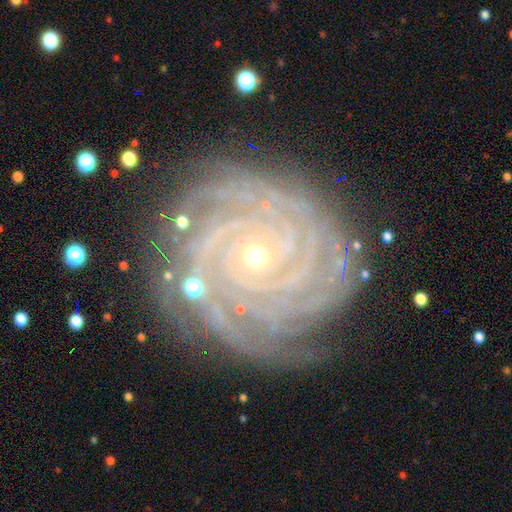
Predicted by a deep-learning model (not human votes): Smooth or featured?
  - featured or disk: 91% *
  - star or artifact: 6%
  - smooth: 4%
Edge-on disk?
  - no: 97% *
  - yes: 3%
Bar?
  - no: 73% *
  - weak: 17%
  - strong: 10%
Spiral arms?
  - yes: 98% *
  - no: 2%
Spiral winding?
  - tight: 89% *
  - medium: 10%
  - loose: 2%
Spiral arm count?
  - more than 4: 27% *
  - 4: 24%
  - can't tell: 15%
  - 3: 15%
  - 2: 10%
  - 1: 8%
Bulge size?
  - small: 69% *
  - moderate: 28%
  - large: 1%
  - none: 1%
  - dominant: 1%
Merging?
  - none: 81% *
  - minor disturbance: 13%
  - major disturbance: 4%
  - merger: 2%